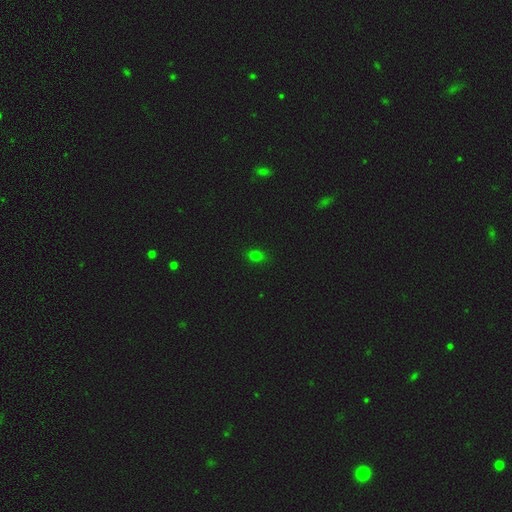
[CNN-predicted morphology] smooth-or-featured: smooth: 74% | star or artifact: 20% | featured or disk: 5%
  how-rounded: in between: 63% | round: 34% | cigar-shaped: 2%
  merging: none: 86% | minor disturbance: 11% | major disturbance: 2% | merger: 1%